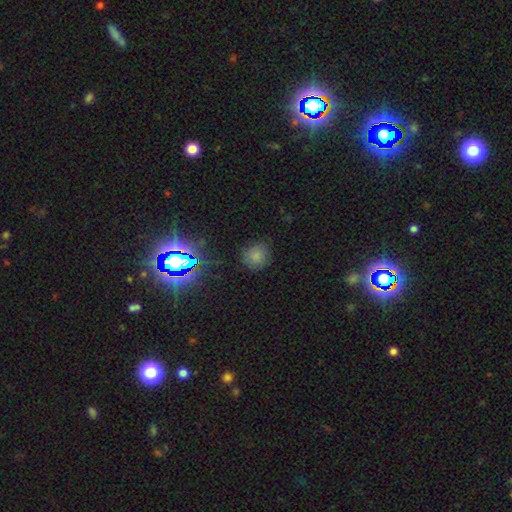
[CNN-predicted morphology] type=smooth (71%); roundness=round (85%); merging=none (80%).